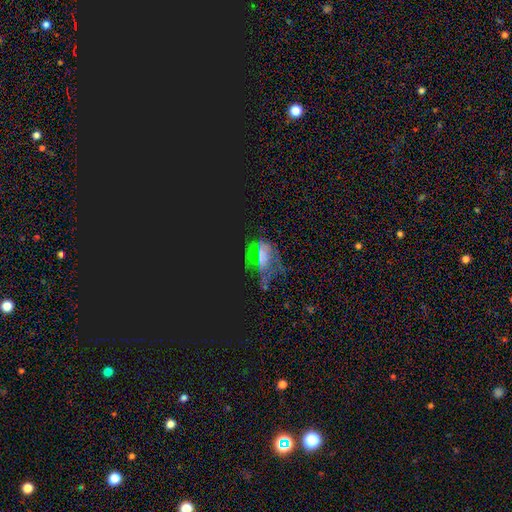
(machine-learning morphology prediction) This appears to be a star or artifact, not a galaxy (64%).